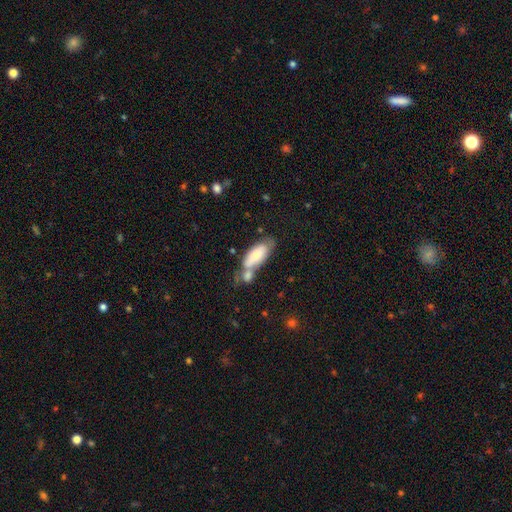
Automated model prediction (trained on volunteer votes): Smooth or featured? Predicted: smooth (p=0.75). How rounded? Predicted: in between (p=0.78). Merging? Predicted: merger (p=0.45).